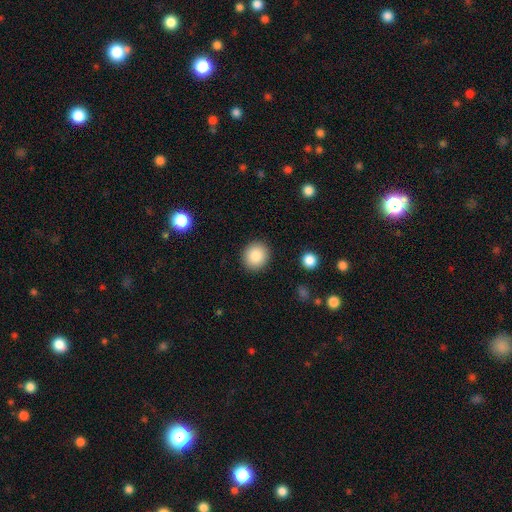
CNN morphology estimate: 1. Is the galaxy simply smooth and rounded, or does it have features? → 87% smooth, 8% star or artifact, 5% featured or disk.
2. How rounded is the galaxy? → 84% round, 15% in between, 1% cigar-shaped.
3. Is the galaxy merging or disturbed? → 91% none, 6% minor disturbance, 2% major disturbance, 1% merger.